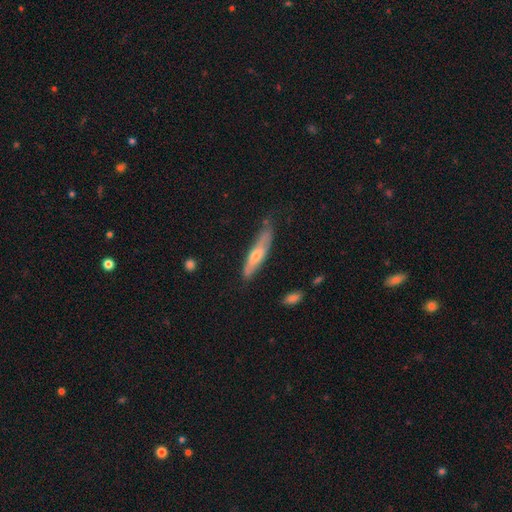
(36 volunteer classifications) A featured or disk galaxy (58%) viewed edge-on (76%) with a rounded central bulge (81%).

Vote fractions:
- Smooth or featured? featured or disk: 58% / smooth: 33% / star or artifact: 8%
- Edge-on disk? yes: 76% / no: 24%
- Edge-on bulge? rounded: 81% / none: 19% / boxy: 0%
- Merging? none: 61% / minor disturbance: 33% / major disturbance: 6% / merger: 0%